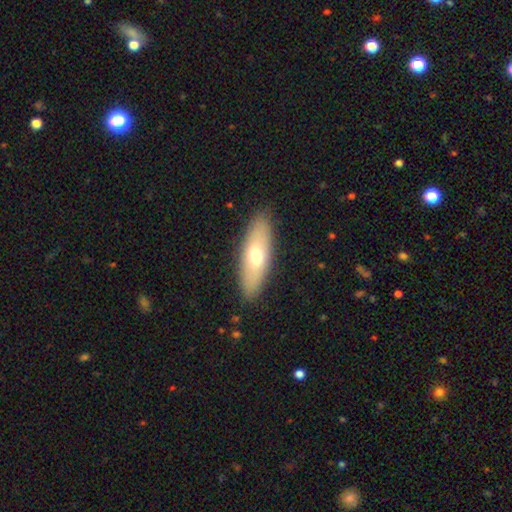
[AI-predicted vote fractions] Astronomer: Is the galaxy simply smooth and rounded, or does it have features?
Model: smooth — 62%.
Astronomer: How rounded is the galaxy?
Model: in between — 59% (runner-up: cigar-shaped, 38%).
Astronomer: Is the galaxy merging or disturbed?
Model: none — 88%.